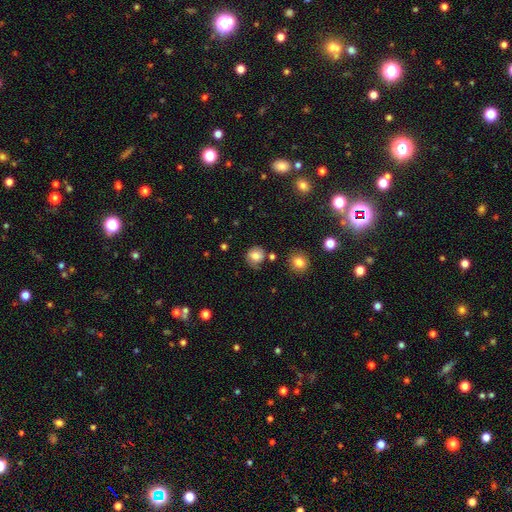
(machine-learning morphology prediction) This is likely a smooth galaxy (75%). How rounded: clearly round (83%). Merging: likely none (68%).